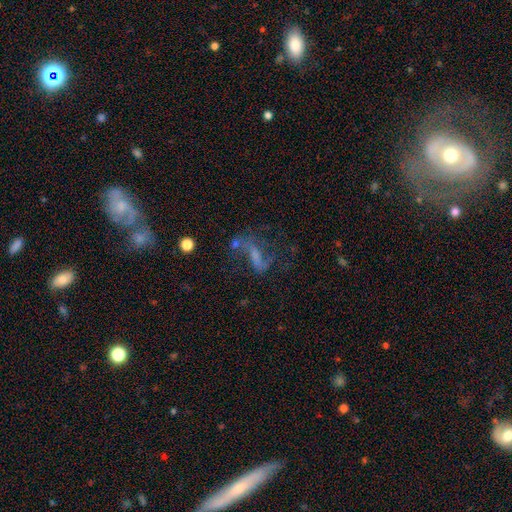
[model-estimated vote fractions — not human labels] Smooth or featured?
  - featured or disk: 54% *
  - smooth: 27%
  - star or artifact: 19%
Edge-on disk?
  - no: 88% *
  - yes: 12%
Merging?
  - none: 39% *
  - major disturbance: 32%
  - minor disturbance: 17%
  - merger: 12%